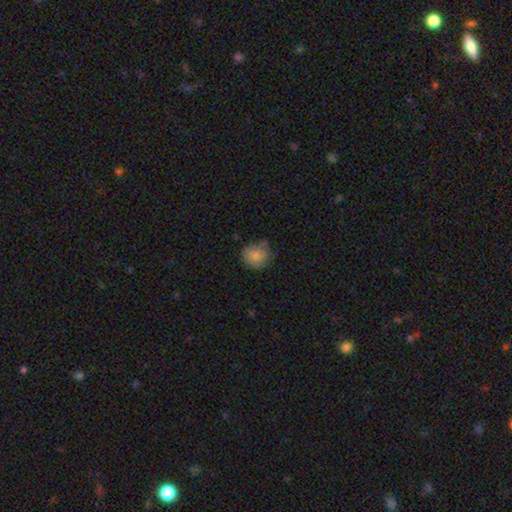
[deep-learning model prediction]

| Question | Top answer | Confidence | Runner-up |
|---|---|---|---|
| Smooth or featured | smooth | 85% | star or artifact (9%) |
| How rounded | round | 83% | in between (16%) |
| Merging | none | 71% | minor disturbance (20%) |